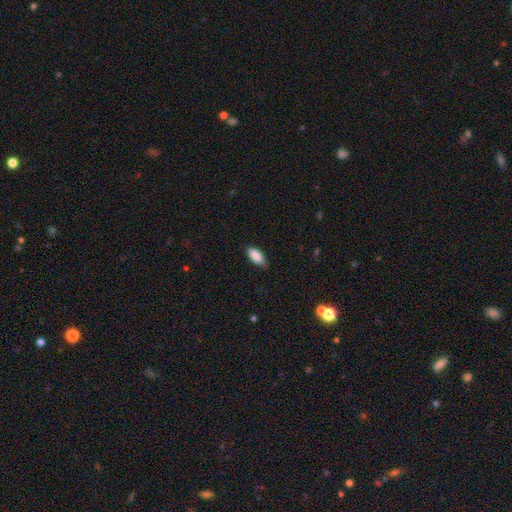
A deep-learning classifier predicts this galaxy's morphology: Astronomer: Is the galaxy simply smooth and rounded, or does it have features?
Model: smooth — 87%.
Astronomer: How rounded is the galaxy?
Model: in between — 88%.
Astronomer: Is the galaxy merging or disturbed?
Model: none — 80%.